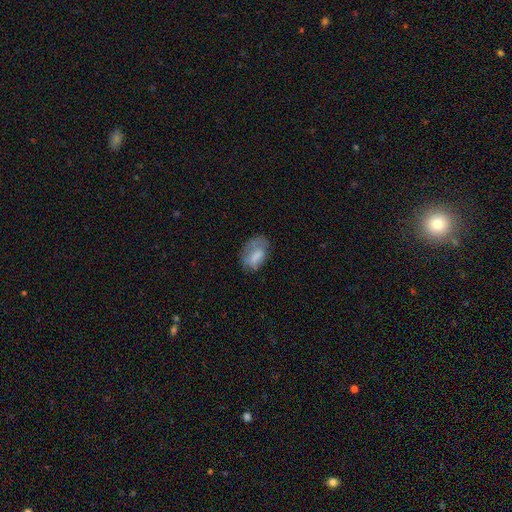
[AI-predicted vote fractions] Smooth or featured: smooth — 69% (featured or disk — 23%)
How rounded: in between — 87% (round — 10%)
Merging: none — 48% (minor disturbance — 30%)